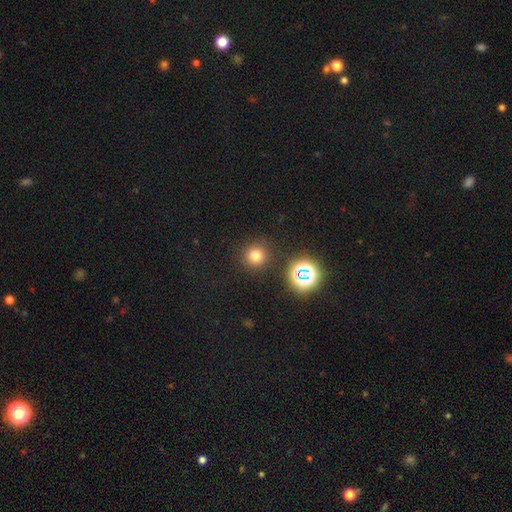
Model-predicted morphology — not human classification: A smooth galaxy with no disk features (73%) that is round (94%).

Vote fractions:
- Smooth or featured? smooth: 73% / star or artifact: 21% / featured or disk: 6%
- How rounded? round: 94% / in between: 5% / cigar-shaped: 1%
- Merging? none: 89% / minor disturbance: 6% / major disturbance: 3% / merger: 2%